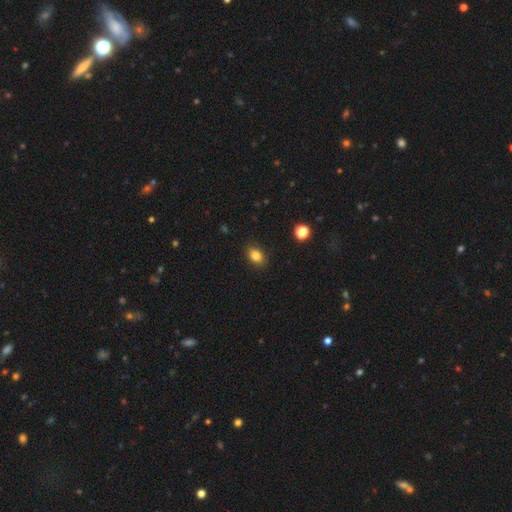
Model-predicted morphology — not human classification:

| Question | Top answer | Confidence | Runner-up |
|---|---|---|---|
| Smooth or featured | smooth | 83% | star or artifact (11%) |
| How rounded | in between | 73% | round (25%) |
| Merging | none | 88% | minor disturbance (9%) |